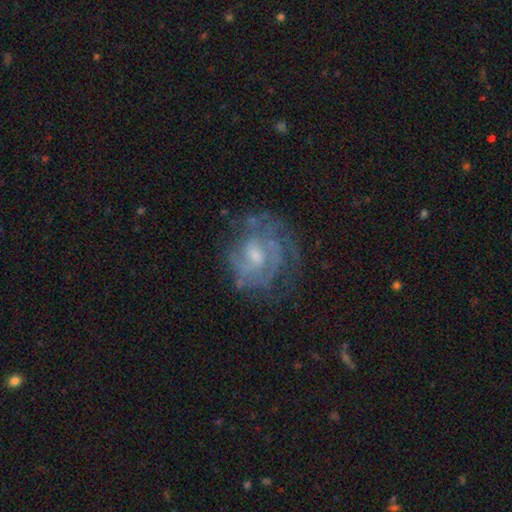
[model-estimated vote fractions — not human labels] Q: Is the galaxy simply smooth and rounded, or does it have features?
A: featured or disk — 81%.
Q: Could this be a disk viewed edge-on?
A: no — 98%.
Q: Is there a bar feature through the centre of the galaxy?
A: weak — 47%.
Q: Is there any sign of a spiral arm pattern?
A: yes — 87%.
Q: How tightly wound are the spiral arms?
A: tight — 53%.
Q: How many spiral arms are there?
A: can't tell — 38%.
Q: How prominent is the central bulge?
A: moderate — 45%.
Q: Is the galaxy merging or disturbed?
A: none — 64%.